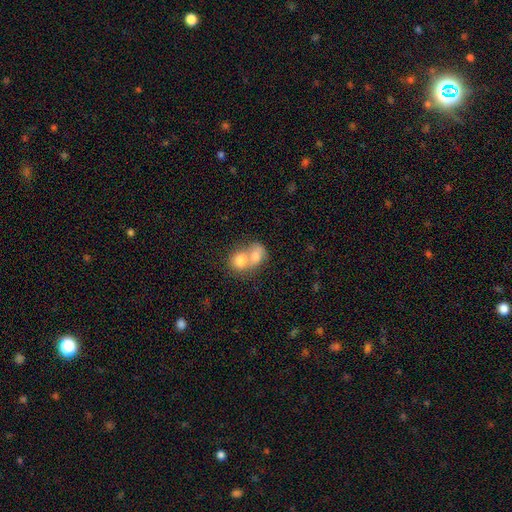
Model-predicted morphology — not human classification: A smooth galaxy with no disk features (74%) that is in between round and cigar-shaped (60%). Merging: merger (78%).